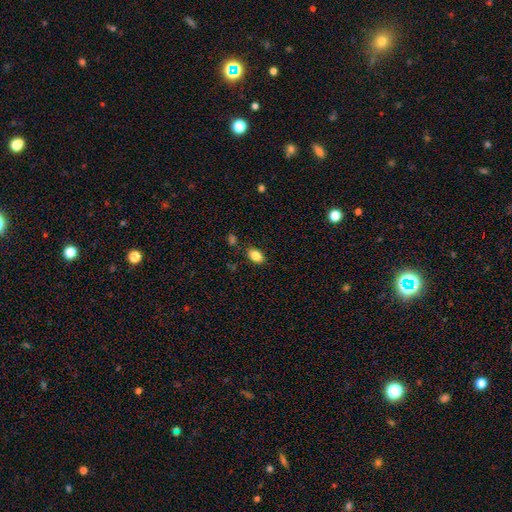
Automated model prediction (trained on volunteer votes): This is clearly a smooth galaxy (86%). How rounded: clearly in between (88%). Merging: clearly none (84%).